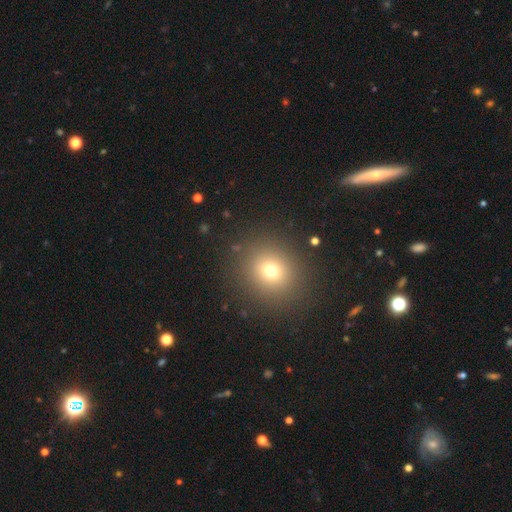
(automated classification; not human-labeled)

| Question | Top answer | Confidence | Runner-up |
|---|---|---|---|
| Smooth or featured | smooth | 62% | star or artifact (27%) |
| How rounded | round | 86% | in between (12%) |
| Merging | none | 90% | minor disturbance (6%) |